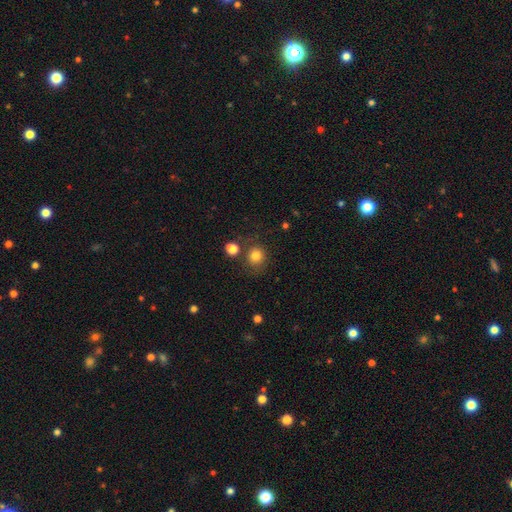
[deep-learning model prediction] Smooth or featured? Predicted: smooth (p=0.80). How rounded? Predicted: round (p=0.86). Merging? Predicted: none (p=0.73).